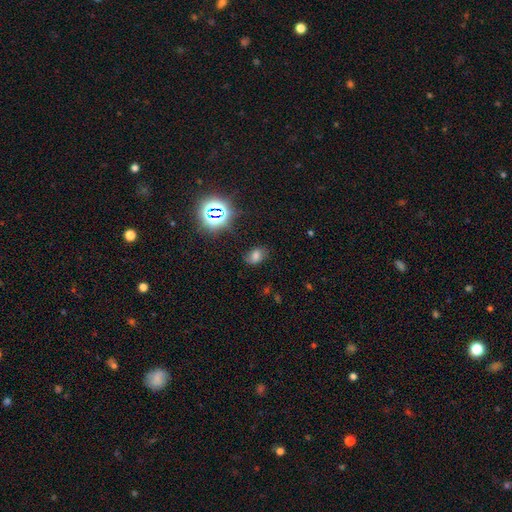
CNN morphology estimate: smooth 62%, star or artifact 25%, featured or disk 13%. Down the decision tree: how rounded — in between (78%); merging — none (75%).